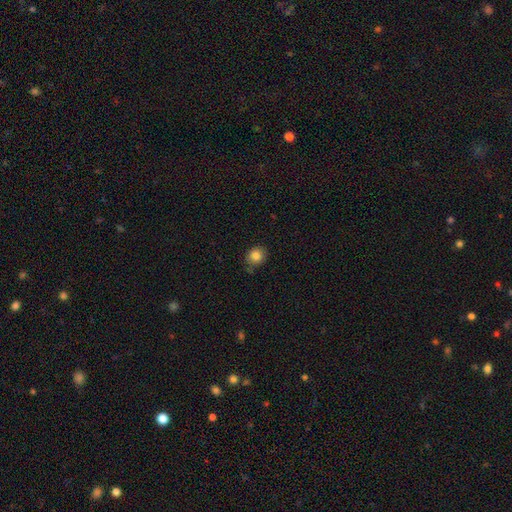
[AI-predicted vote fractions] Smooth or featured?
  - smooth: 84% *
  - star or artifact: 10%
  - featured or disk: 6%
How rounded?
  - round: 71% *
  - in between: 28%
  - cigar-shaped: 1%
Merging?
  - none: 75% *
  - minor disturbance: 18%
  - major disturbance: 4%
  - merger: 3%